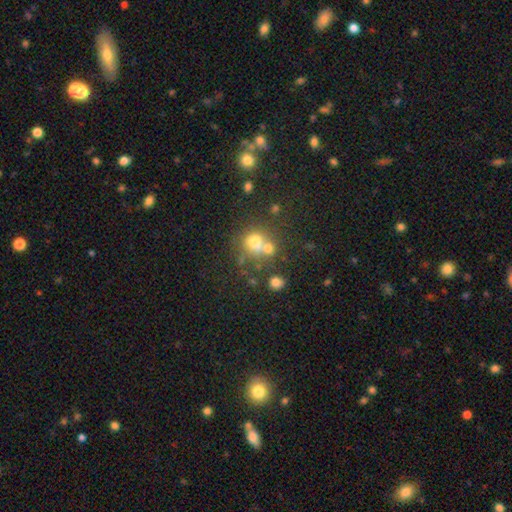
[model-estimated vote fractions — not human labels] This appears to be a smooth galaxy with no disk features (54%) that is round (84%). Merging: none (54%).